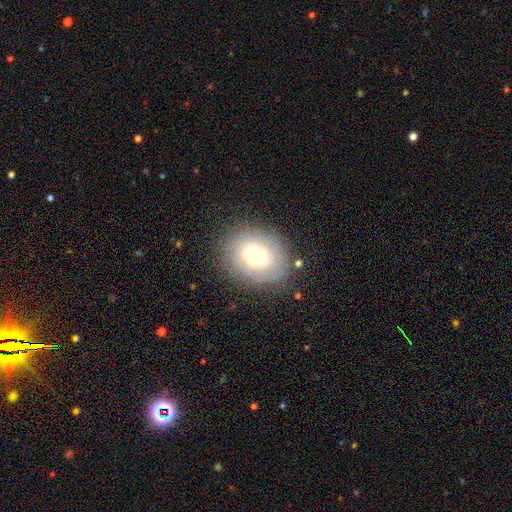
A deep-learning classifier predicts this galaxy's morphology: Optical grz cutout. It shows a smooth galaxy with no disk features (52%) that is round (55%). Merging: none (78%).